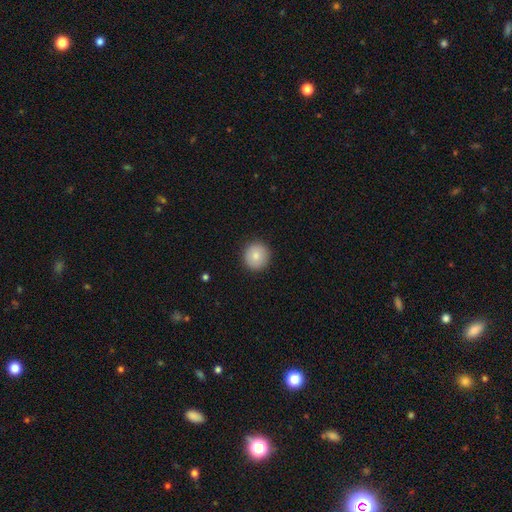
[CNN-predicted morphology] Overall: smooth (85%). How rounded: round (94%). Merging: none (92%).